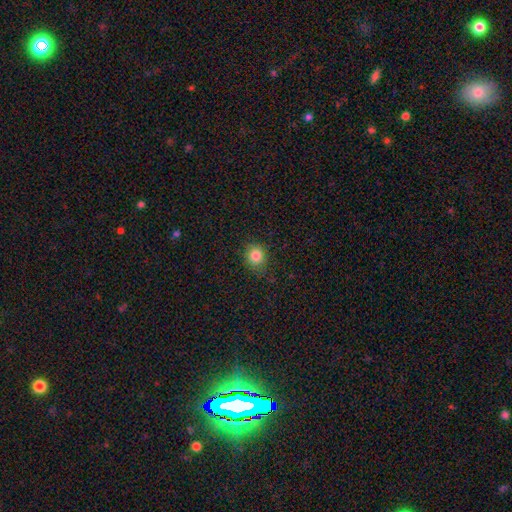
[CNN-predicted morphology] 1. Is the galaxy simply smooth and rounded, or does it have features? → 84% smooth, 11% star or artifact, 5% featured or disk.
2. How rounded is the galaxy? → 81% round, 18% in between, 1% cigar-shaped.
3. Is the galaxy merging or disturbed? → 83% none, 13% minor disturbance, 3% major disturbance, 1% merger.